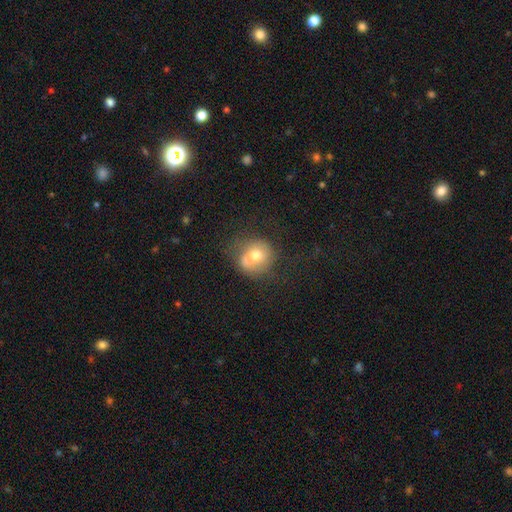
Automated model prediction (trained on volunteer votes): Smooth or featured: smooth — 54% (featured or disk — 36%)
How rounded: round — 79% (in between — 20%)
Merging: none — 58% (minor disturbance — 23%)